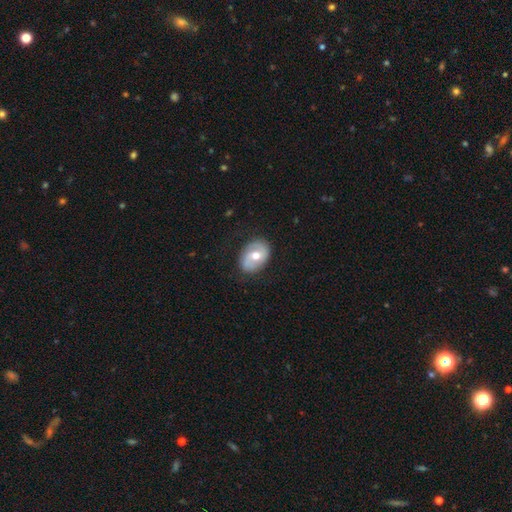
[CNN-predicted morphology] smooth_or_featured: featured or disk (p=0.56) [alt: smooth p=0.38]
disk_edge_on: no (p=0.95) [alt: yes p=0.05]
bar: no (p=0.53) [alt: weak p=0.36]
has_spiral_arms: yes (p=0.69) [alt: no p=0.31]
bulge_size: moderate (p=0.77) [alt: small p=0.14]
merging: none (p=0.77) [alt: minor disturbance p=0.17]